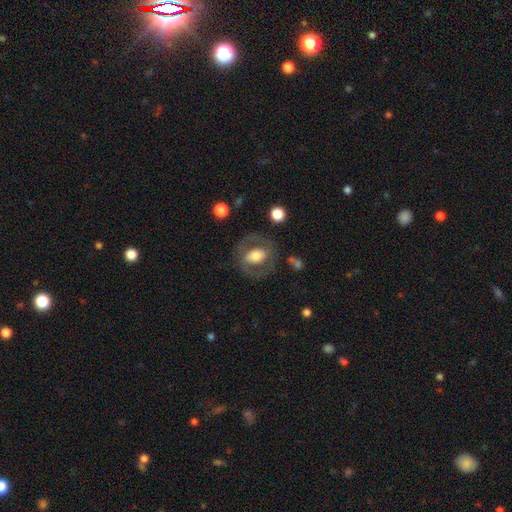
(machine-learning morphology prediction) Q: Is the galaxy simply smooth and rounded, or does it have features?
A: featured or disk — 51%.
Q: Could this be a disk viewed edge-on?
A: no — 94%.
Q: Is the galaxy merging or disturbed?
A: none — 72%.